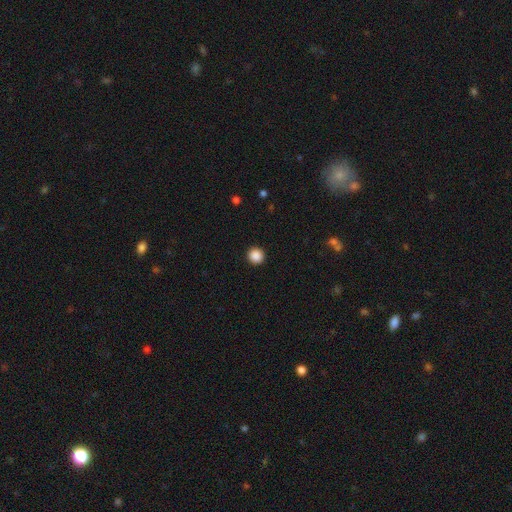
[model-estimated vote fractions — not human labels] smooth-or-featured: smooth: 88% | star or artifact: 10% | featured or disk: 2%
  how-rounded: round: 95% | in between: 4% | cigar-shaped: 1%
  merging: none: 93% | minor disturbance: 4% | major disturbance: 2% | merger: 1%